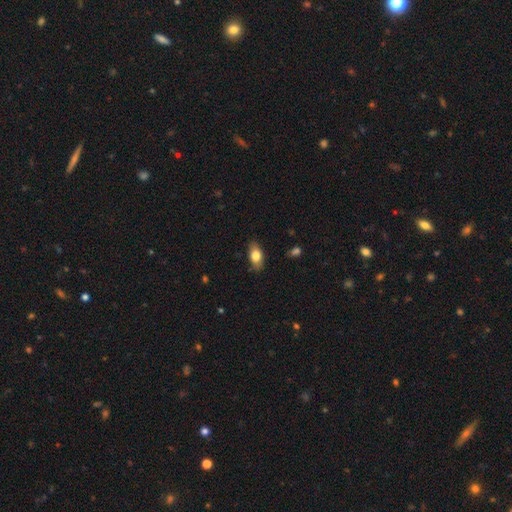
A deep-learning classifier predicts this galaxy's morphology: A smooth galaxy with no disk features (77%) that is in between round and cigar-shaped (88%).

Vote fractions:
- Smooth or featured? smooth: 77% / featured or disk: 16% / star or artifact: 7%
- How rounded? in between: 88% / round: 7% / cigar-shaped: 6%
- Merging? none: 82% / minor disturbance: 14% / major disturbance: 2% / merger: 1%